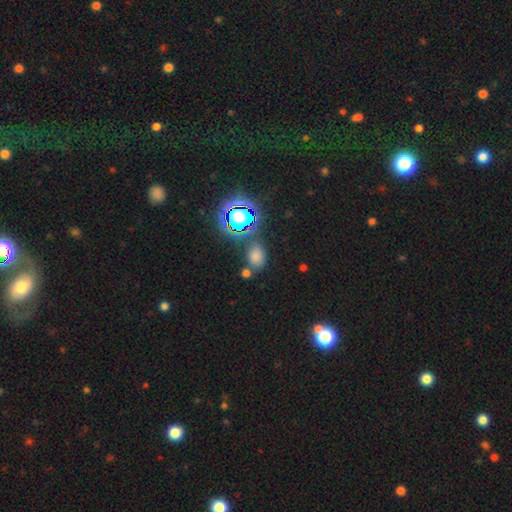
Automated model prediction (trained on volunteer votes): Smooth or featured: smooth — 64% (star or artifact — 29%)
How rounded: in between — 69% (round — 29%)
Merging: none — 67% (minor disturbance — 15%)